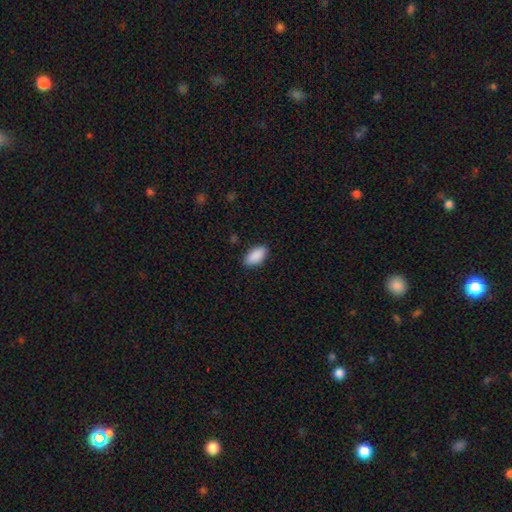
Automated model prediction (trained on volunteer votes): The model was most divided on "merging": none: 87%, minor disturbance: 9%, major disturbance: 2%, merger: 1%. More confident: how rounded — in between (94%); smooth or featured — smooth (91%).